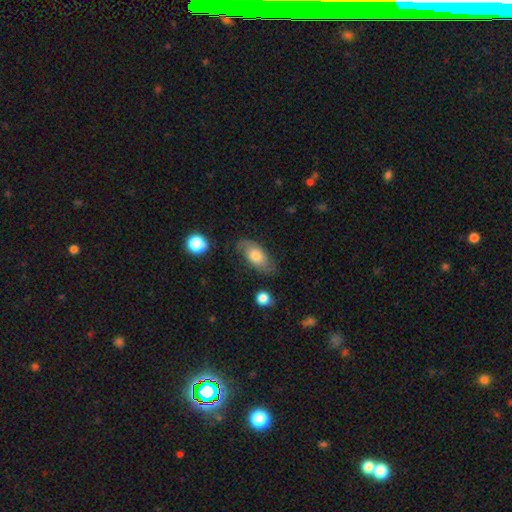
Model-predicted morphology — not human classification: Smooth or featured: smooth — 59% (featured or disk — 34%)
How rounded: in between — 89% (round — 6%)
Merging: none — 68% (minor disturbance — 22%)